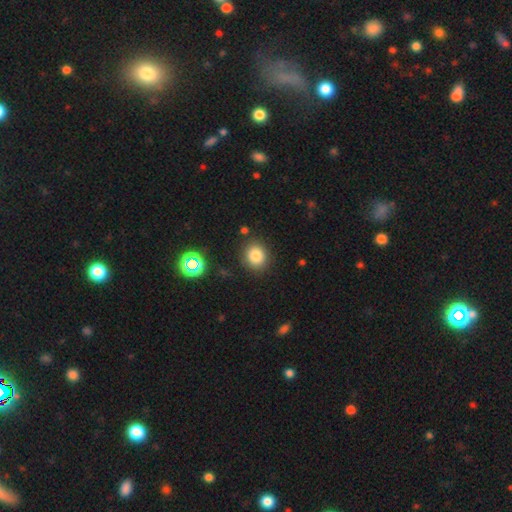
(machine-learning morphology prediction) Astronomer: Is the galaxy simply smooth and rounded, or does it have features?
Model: smooth — 82%.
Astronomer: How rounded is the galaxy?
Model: round — 76%.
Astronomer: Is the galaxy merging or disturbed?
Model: none — 86%.